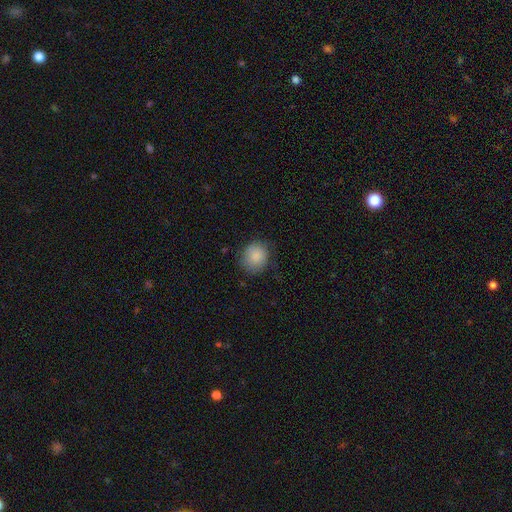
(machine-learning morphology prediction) A smooth galaxy with no disk features (86%) that is round (79%). Merging: none (74%).